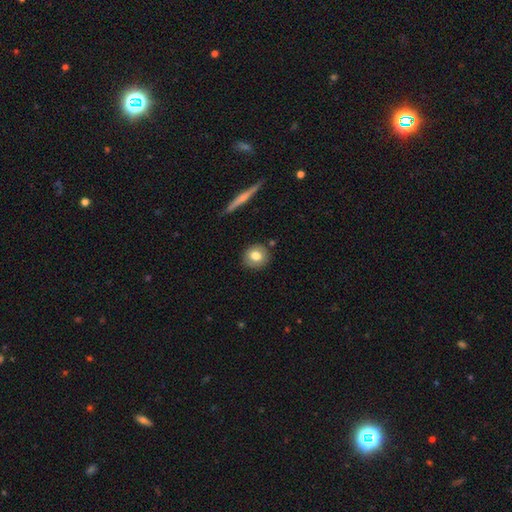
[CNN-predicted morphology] smooth-or-featured: smooth: 77% | featured or disk: 15% | star or artifact: 8%
  how-rounded: round: 87% | in between: 12% | cigar-shaped: 1%
  merging: none: 85% | minor disturbance: 9% | merger: 3% | major disturbance: 2%